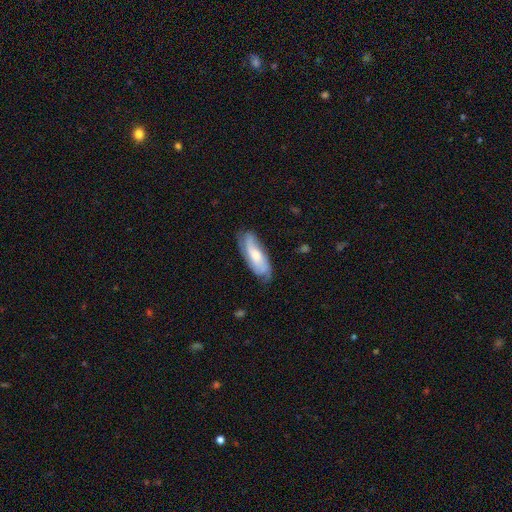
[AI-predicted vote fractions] Smooth or featured?
  - featured or disk: 59% *
  - smooth: 35%
  - star or artifact: 6%
Edge-on disk?
  - no: 82% *
  - yes: 18%
Merging?
  - none: 70% *
  - minor disturbance: 22%
  - major disturbance: 6%
  - merger: 1%